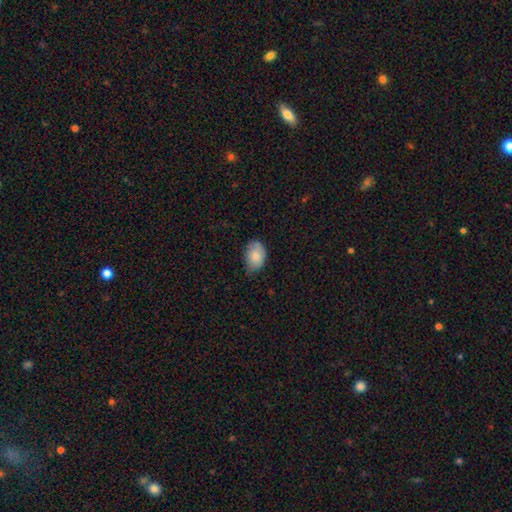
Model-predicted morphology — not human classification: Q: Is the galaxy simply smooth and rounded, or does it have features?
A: smooth — 83%.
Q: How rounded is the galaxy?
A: in between — 84%.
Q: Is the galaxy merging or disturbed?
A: none — 62%.